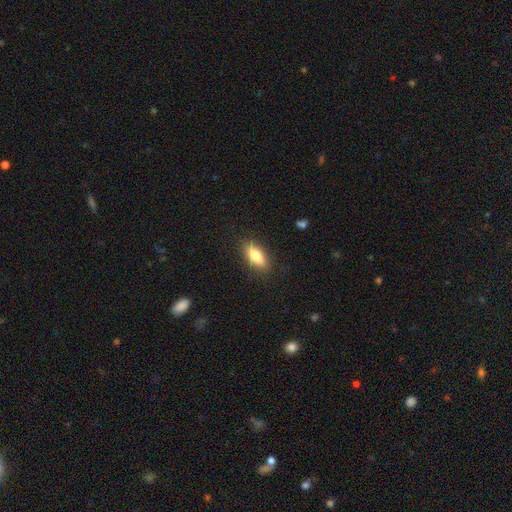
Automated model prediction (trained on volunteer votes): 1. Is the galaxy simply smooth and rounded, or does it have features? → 78% smooth, 15% featured or disk, 7% star or artifact.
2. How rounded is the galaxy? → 76% in between, 21% cigar-shaped, 3% round.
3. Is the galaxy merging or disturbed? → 86% none, 10% minor disturbance, 3% major disturbance, 1% merger.